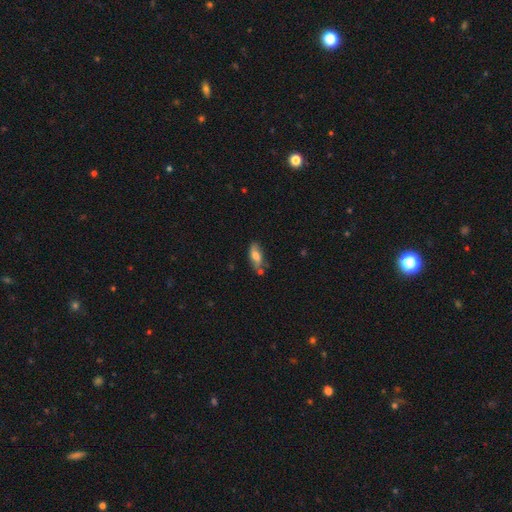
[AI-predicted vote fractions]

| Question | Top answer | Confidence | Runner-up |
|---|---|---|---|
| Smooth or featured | smooth | 67% | featured or disk (26%) |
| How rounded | in between | 77% | cigar-shaped (20%) |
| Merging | none | 63% | minor disturbance (22%) |